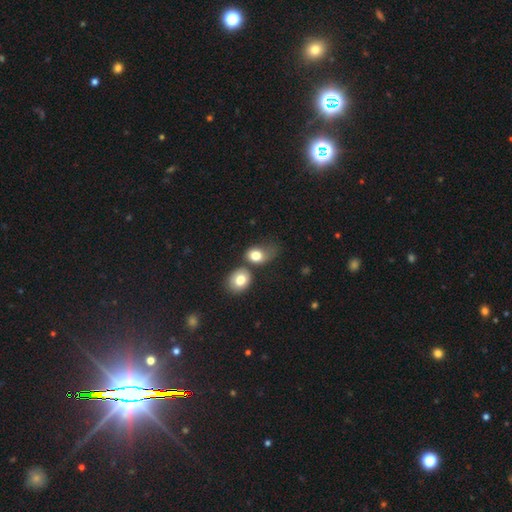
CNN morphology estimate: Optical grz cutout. It shows a smooth galaxy with no disk features (79%) that is in between round and cigar-shaped (56%). Merging: none (33%).